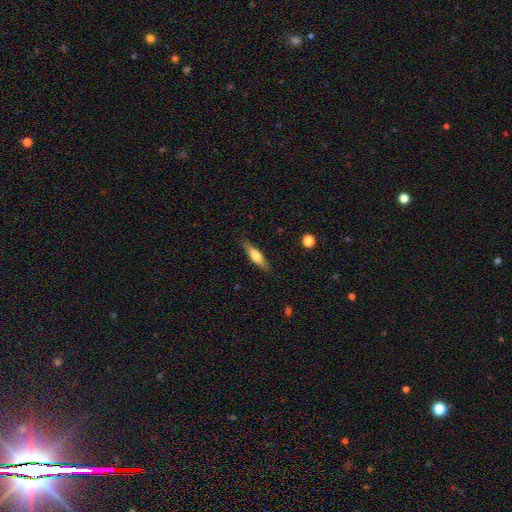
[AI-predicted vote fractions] Smooth or featured? smooth (61%)
How rounded? cigar-shaped (62%)
Merging? none (85%)